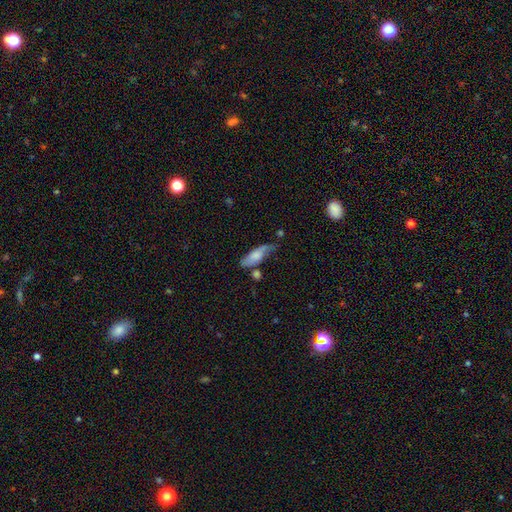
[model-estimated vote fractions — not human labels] Smooth or featured: smooth — 61% (featured or disk — 32%)
How rounded: in between — 58% (cigar-shaped — 39%)
Merging: none — 49% (minor disturbance — 29%)